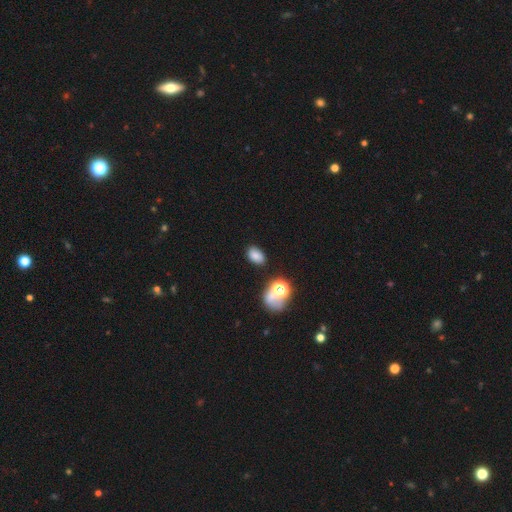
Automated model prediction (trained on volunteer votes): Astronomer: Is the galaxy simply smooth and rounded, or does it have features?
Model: smooth — 78%.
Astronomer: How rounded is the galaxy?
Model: in between — 82%.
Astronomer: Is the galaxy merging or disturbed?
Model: none — 81%.